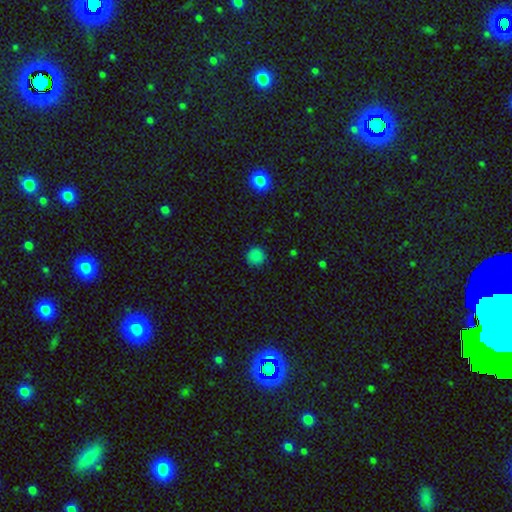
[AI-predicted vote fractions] This appears to be a smooth galaxy with no disk features (84%) that is round (93%). Merging: none (89%).